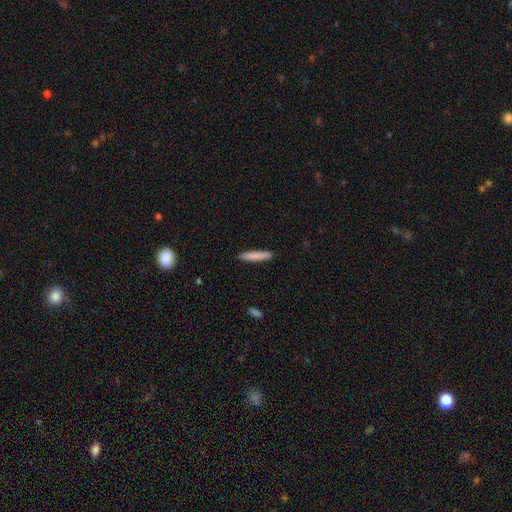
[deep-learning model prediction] A smooth galaxy with no disk features (85%) that is cigar-shaped (92%). Merging: none (91%).